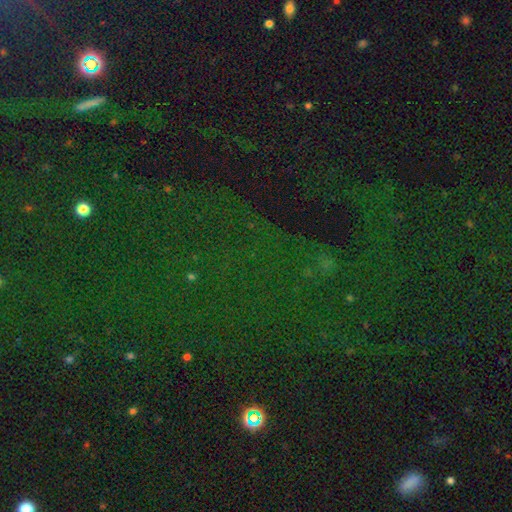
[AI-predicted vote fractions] A star or artifact, not a galaxy (78%).

Vote fractions:
- Smooth or featured? star or artifact: 78% / smooth: 13% / featured or disk: 9%